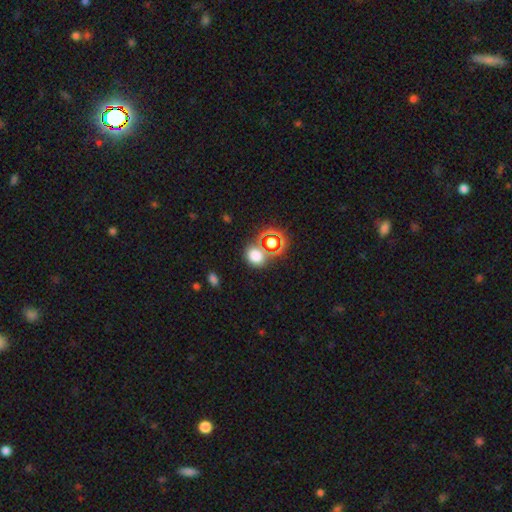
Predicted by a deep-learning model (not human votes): smooth_or_featured: smooth (p=0.71) [alt: star or artifact p=0.23]
how_rounded: round (p=0.61) [alt: in between p=0.38]
merging: none (p=0.67) [alt: merger p=0.20]